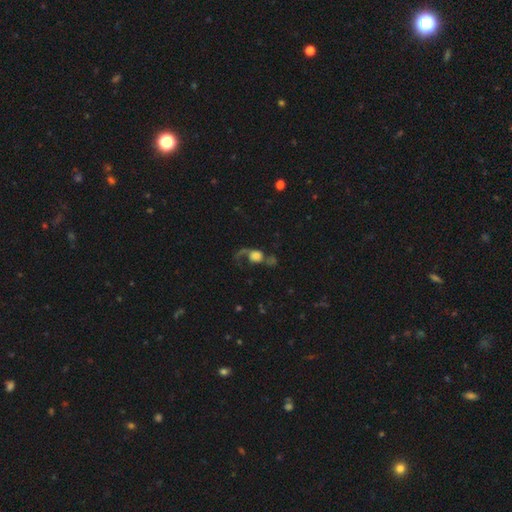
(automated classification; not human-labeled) A featured or disk galaxy (51%).

Vote fractions:
- Smooth or featured? featured or disk: 51% / smooth: 36% / star or artifact: 13%
- Edge-on disk? no: 93% / yes: 7%
- Merging? major disturbance: 39% / none: 33% / minor disturbance: 15% / merger: 14%